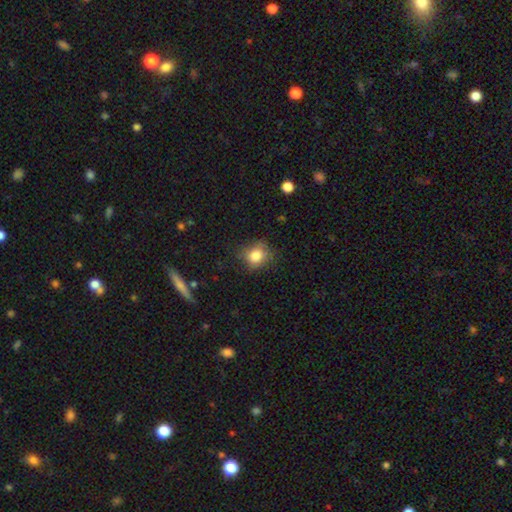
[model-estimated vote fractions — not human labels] Smooth or featured? Predicted: smooth (p=0.81). How rounded? Predicted: round (p=0.72). Merging? Predicted: none (p=0.74).